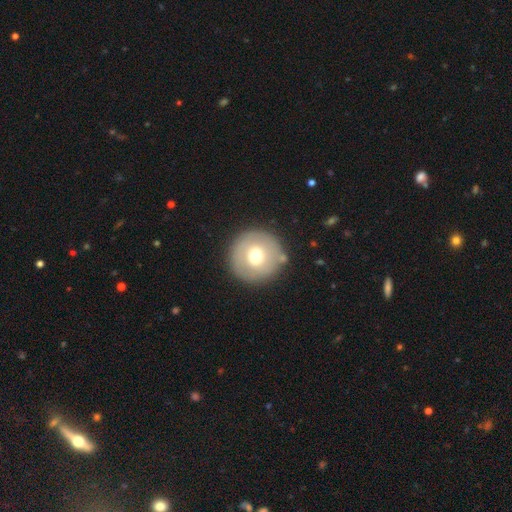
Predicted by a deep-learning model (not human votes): Overall: smooth (64%; featured or disk 27%). How rounded: round (96%). Merging: none (82%).